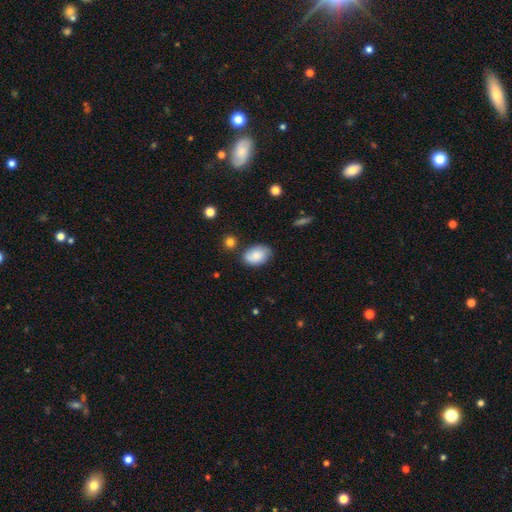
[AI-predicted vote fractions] smooth_or_featured: smooth (p=0.81) [alt: featured or disk p=0.11]
how_rounded: in between (p=0.87) [alt: round p=0.12]
merging: none (p=0.72) [alt: minor disturbance p=0.20]